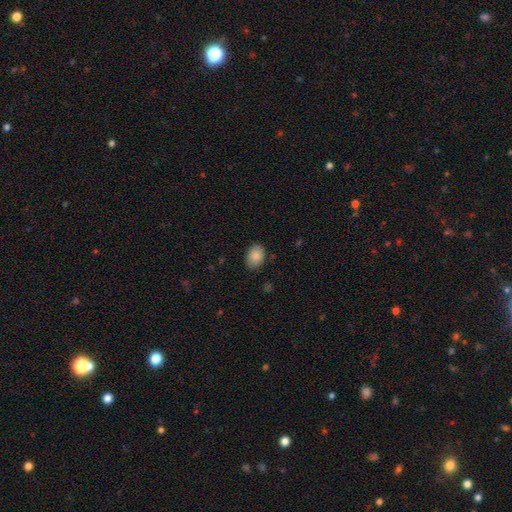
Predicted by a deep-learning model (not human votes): This appears to be a smooth galaxy with no disk features (88%) that is in between round and cigar-shaped (76%). Merging: none (85%).